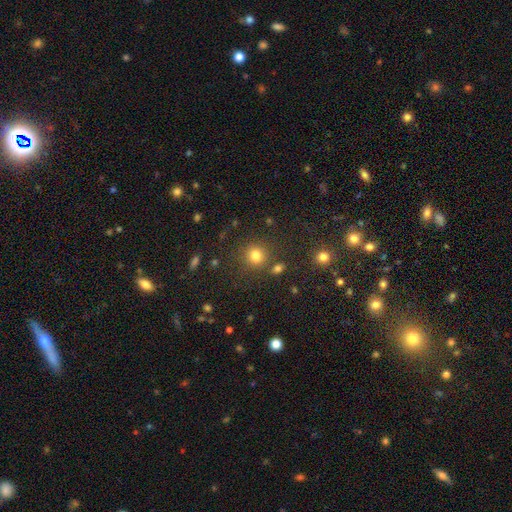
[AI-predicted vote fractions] Q: Smooth or featured?
A: smooth (79%); runner-up: star or artifact (15%)
Q: How rounded?
A: round (87%); runner-up: in between (12%)
Q: Merging?
A: none (78%); runner-up: minor disturbance (10%)